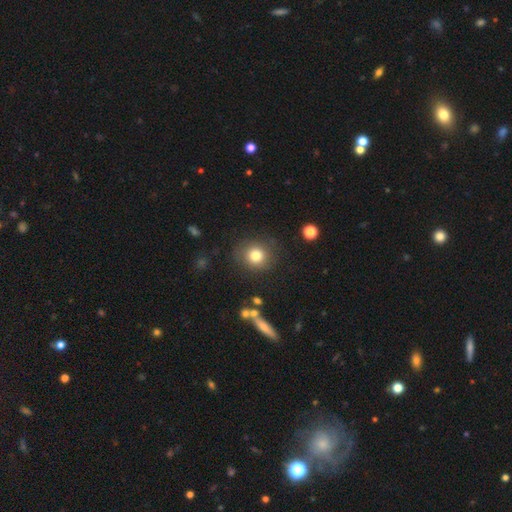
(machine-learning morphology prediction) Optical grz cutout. It shows a smooth galaxy with no disk features (79%) that is round (86%). Merging: none (83%).